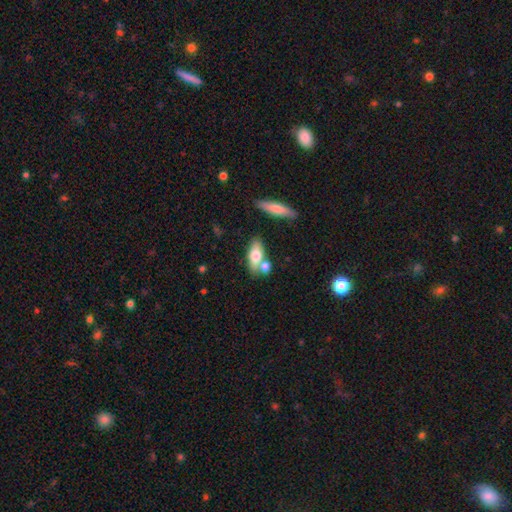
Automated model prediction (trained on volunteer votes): Smooth or featured? smooth (70%)
How rounded? in between (73%)
Merging? none (54%)